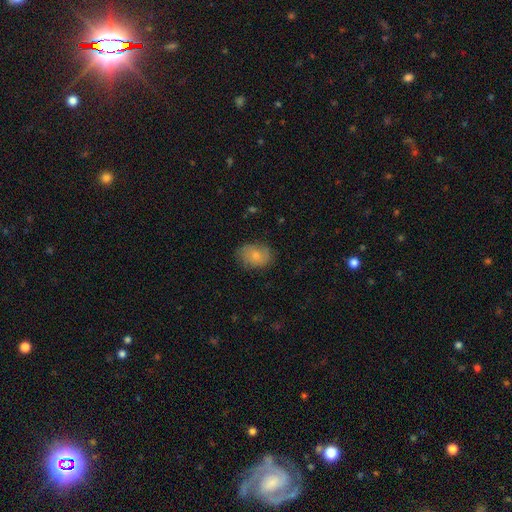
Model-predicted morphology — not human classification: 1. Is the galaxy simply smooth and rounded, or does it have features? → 76% smooth, 17% featured or disk, 7% star or artifact.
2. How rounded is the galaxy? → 67% in between, 31% round, 1% cigar-shaped.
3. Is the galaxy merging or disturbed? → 71% none, 22% minor disturbance, 6% major disturbance, 1% merger.